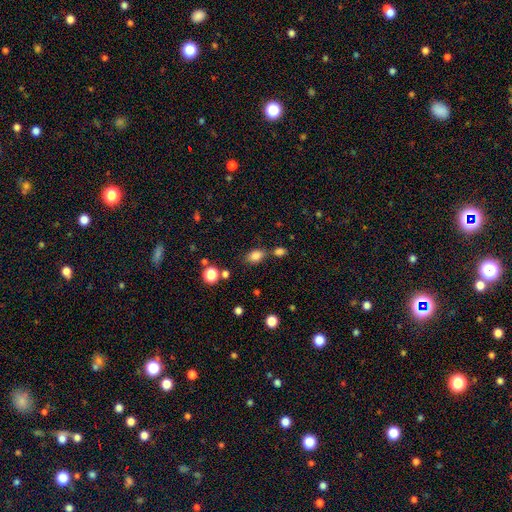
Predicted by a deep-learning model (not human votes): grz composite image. It shows a smooth galaxy with no disk features (82%) that is in between round and cigar-shaped (78%). Merging: none (64%).